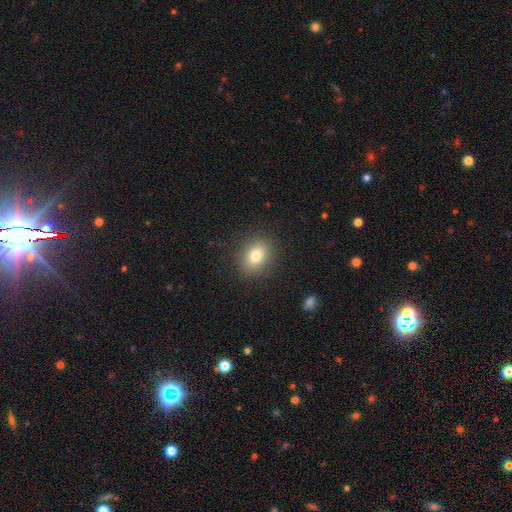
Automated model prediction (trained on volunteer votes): Smooth or featured: smooth — 79% (star or artifact — 11%)
How rounded: round — 51% (in between — 48%)
Merging: none — 88% (minor disturbance — 8%)